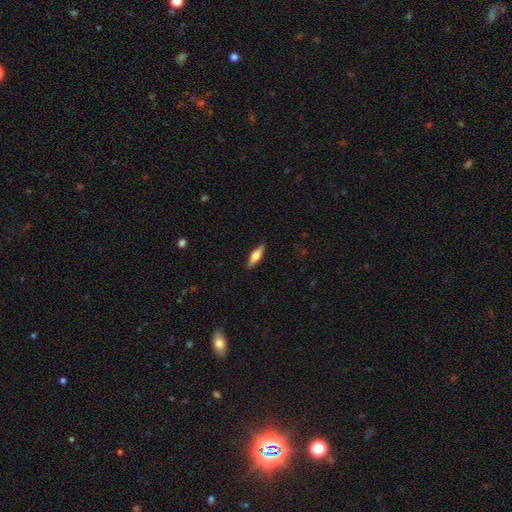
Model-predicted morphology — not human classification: The model was most divided on "how rounded": cigar-shaped: 55%, in between: 43%, round: 2%. More confident: merging — none (89%); smooth or featured — smooth (61%).